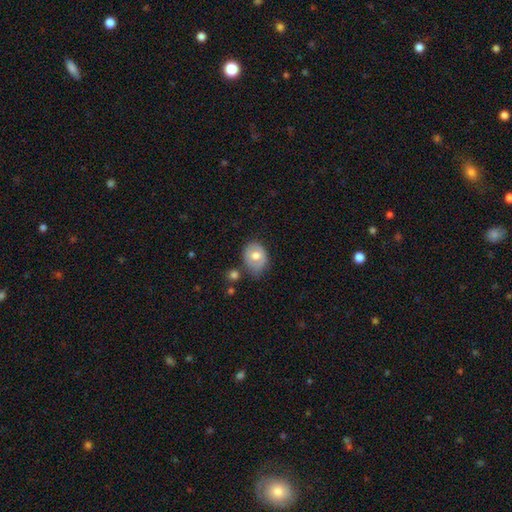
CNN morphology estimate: smooth-or-featured: smooth: 65% | featured or disk: 28% | star or artifact: 7%
  how-rounded: in between: 58% | round: 41% | cigar-shaped: 1%
  merging: none: 58% | minor disturbance: 28% | major disturbance: 8% | merger: 6%